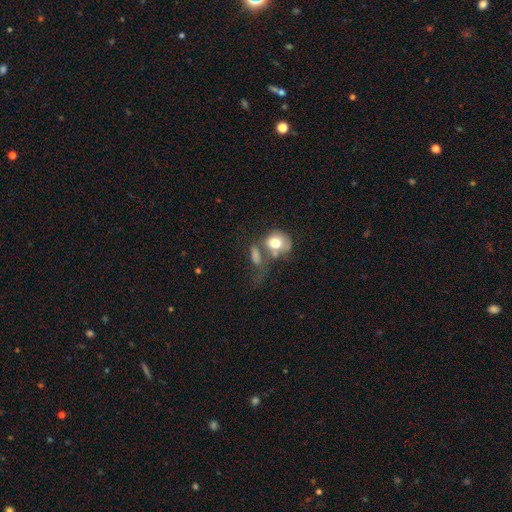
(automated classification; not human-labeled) Smooth or featured?
  - smooth: 62% *
  - featured or disk: 26%
  - star or artifact: 12%
How rounded?
  - in between: 53% *
  - round: 41%
  - cigar-shaped: 6%
Merging?
  - merger: 40% *
  - none: 24%
  - major disturbance: 22%
  - minor disturbance: 14%